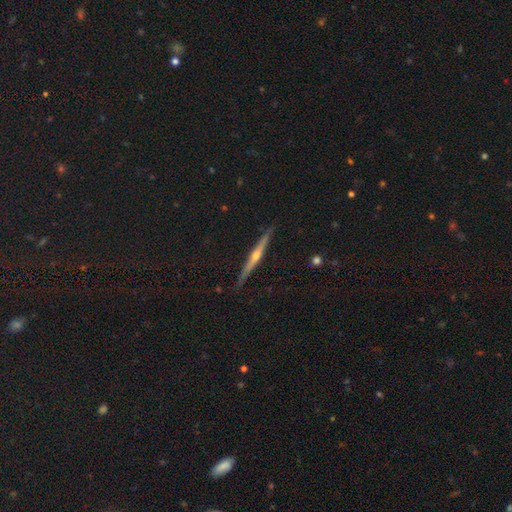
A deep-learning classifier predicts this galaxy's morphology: A featured or disk galaxy (76%) viewed edge-on (98%) with a rounded central bulge (84%).

Vote fractions:
- Smooth or featured? featured or disk: 76% / smooth: 18% / star or artifact: 6%
- Edge-on disk? yes: 98% / no: 2%
- Edge-on bulge? rounded: 84% / none: 13% / boxy: 3%
- Merging? none: 88% / minor disturbance: 9% / major disturbance: 1% / merger: 1%